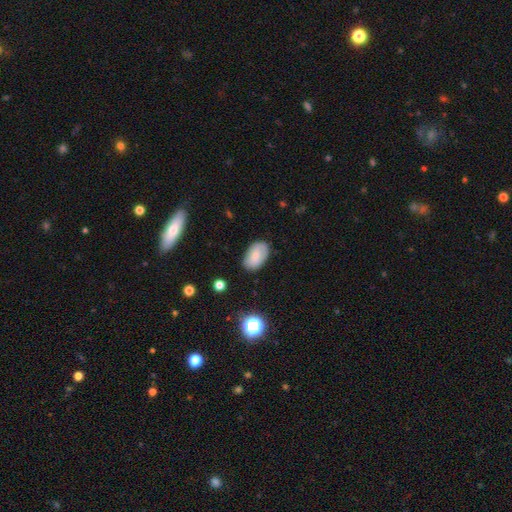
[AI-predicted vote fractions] Smooth or featured? Predicted: smooth (p=0.78). How rounded? Predicted: in between (p=0.93). Merging? Predicted: none (p=0.79).